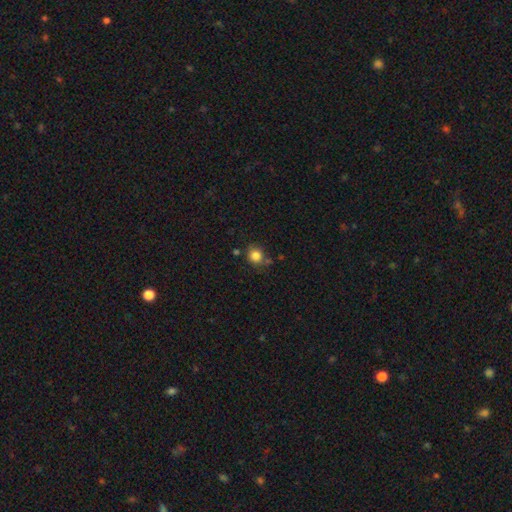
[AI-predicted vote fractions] The model was most divided on "merging": none: 70%, minor disturbance: 17%, merger: 8%, major disturbance: 5%. More confident: smooth or featured — smooth (84%); how rounded — round (83%).